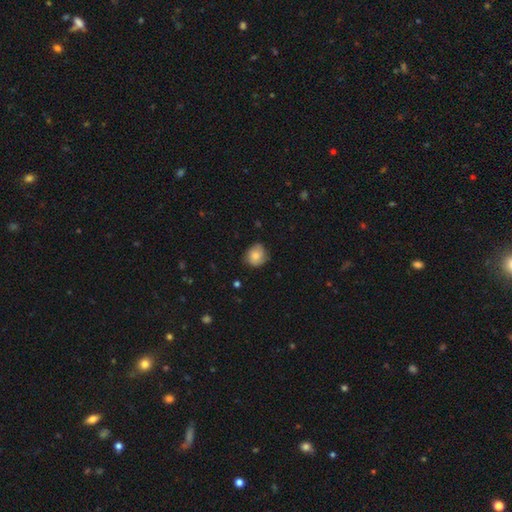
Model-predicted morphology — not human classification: Smooth or featured?
  - smooth: 72% *
  - featured or disk: 20%
  - star or artifact: 8%
How rounded?
  - round: 74% *
  - in between: 25%
  - cigar-shaped: 1%
Merging?
  - none: 70% *
  - minor disturbance: 24%
  - major disturbance: 4%
  - merger: 1%